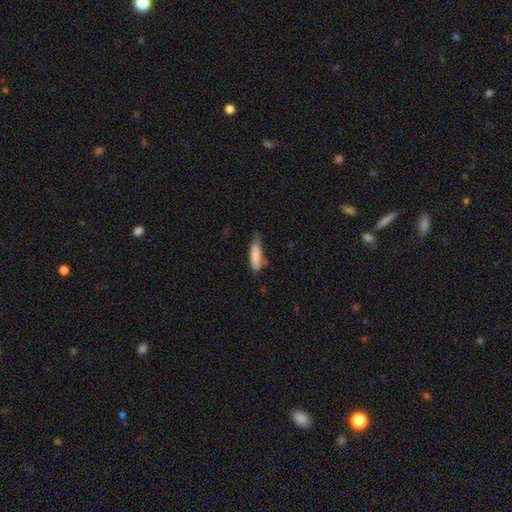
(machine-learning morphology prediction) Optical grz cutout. It shows a smooth galaxy with no disk features (81%) that is cigar-shaped (50%). Merging: none (50%).